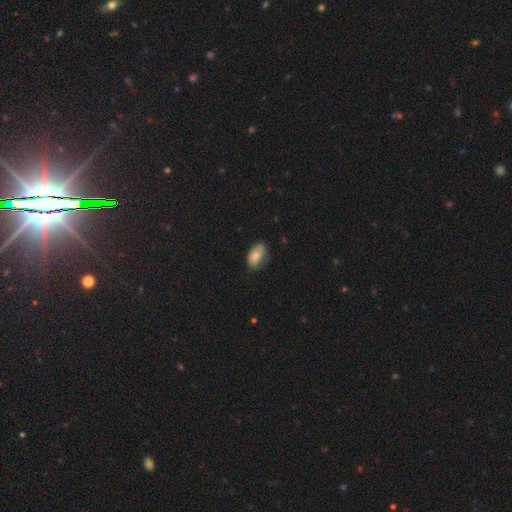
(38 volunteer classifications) This appears to be a smooth galaxy with no disk features (87%) that is in between round and cigar-shaped (97%). Merging: none (60%).